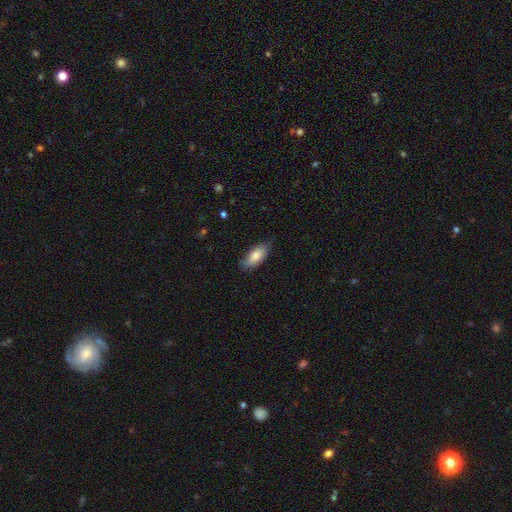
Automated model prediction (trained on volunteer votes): Smooth or featured?
  - smooth: 81% *
  - featured or disk: 13%
  - star or artifact: 6%
How rounded?
  - in between: 85% *
  - cigar-shaped: 13%
  - round: 2%
Merging?
  - none: 75% *
  - minor disturbance: 21%
  - major disturbance: 3%
  - merger: 1%